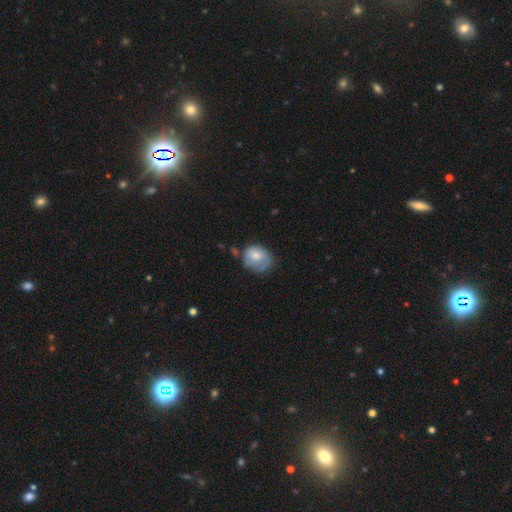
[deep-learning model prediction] Q: Smooth or featured?
A: smooth (66%); runner-up: featured or disk (27%)
Q: How rounded?
A: round (60%); runner-up: in between (39%)
Q: Merging?
A: none (41%); runner-up: minor disturbance (33%)